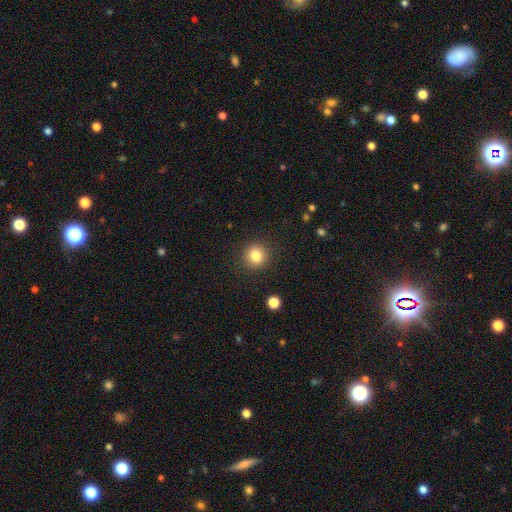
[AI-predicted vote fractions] smooth_or_featured: smooth (p=0.83) [alt: star or artifact p=0.11]
how_rounded: round (p=0.91) [alt: in between p=0.08]
merging: none (p=0.90) [alt: minor disturbance p=0.06]